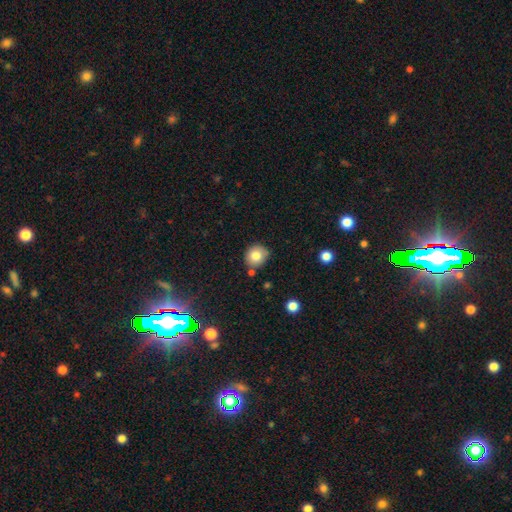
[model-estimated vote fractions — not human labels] smooth-or-featured: smooth: 80% | star or artifact: 10% | featured or disk: 10%
  how-rounded: round: 86% | in between: 13% | cigar-shaped: 1%
  merging: none: 79% | minor disturbance: 12% | merger: 7% | major disturbance: 2%